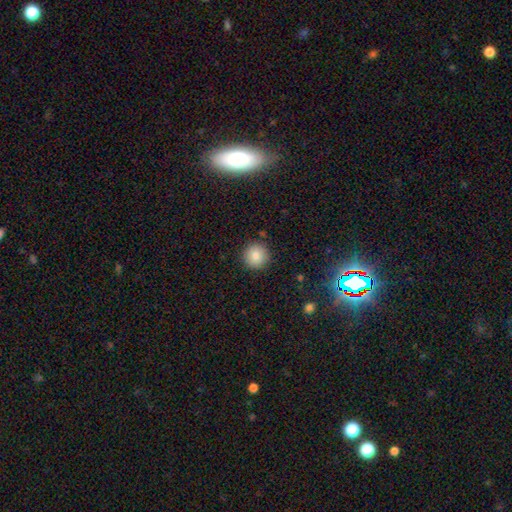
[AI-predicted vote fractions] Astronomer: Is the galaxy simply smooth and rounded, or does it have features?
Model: smooth — 84%.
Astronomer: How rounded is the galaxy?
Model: round — 95%.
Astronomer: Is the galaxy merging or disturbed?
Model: none — 90%.